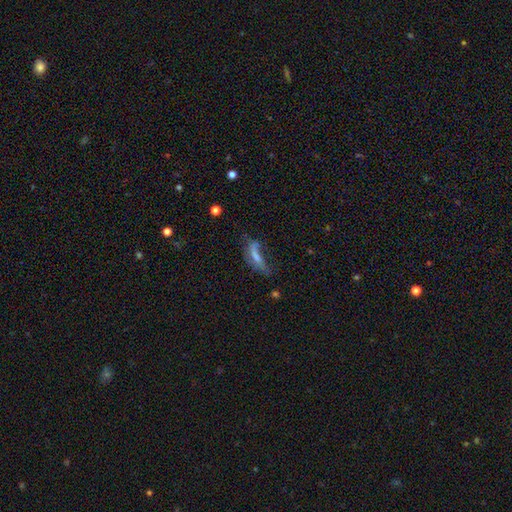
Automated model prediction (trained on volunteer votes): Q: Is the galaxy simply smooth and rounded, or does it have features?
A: smooth — 43%.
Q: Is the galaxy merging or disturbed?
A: major disturbance — 35%.